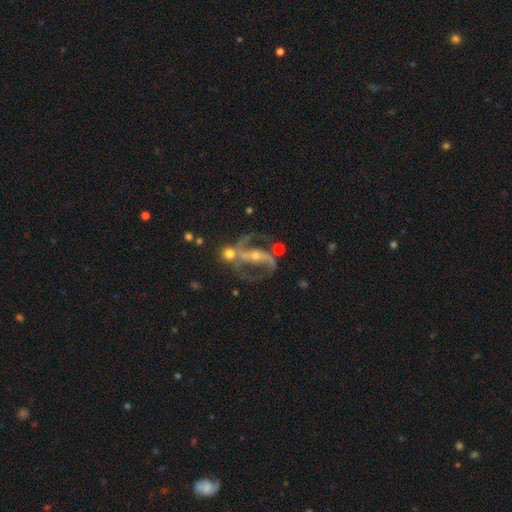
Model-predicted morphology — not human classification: Q: Smooth or featured?
A: featured or disk (89%); runner-up: star or artifact (7%)
Q: Edge-on disk?
A: no (96%); runner-up: yes (4%)
Q: Bar?
A: strong (54%); runner-up: weak (26%)
Q: Spiral arms?
A: yes (96%); runner-up: no (4%)
Q: Spiral winding?
A: medium (50%); runner-up: loose (38%)
Q: Spiral arm count?
A: 2 (92%); runner-up: 1 (2%)
Q: Bulge size?
A: small (56%); runner-up: moderate (38%)
Q: Merging?
A: none (56%); runner-up: minor disturbance (16%)